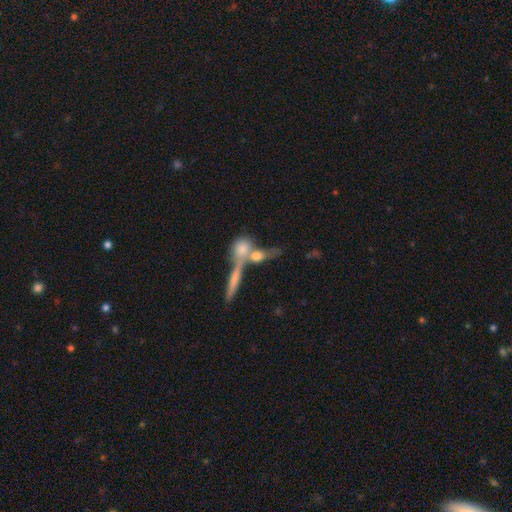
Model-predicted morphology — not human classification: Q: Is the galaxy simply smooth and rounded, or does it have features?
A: featured or disk — 48%.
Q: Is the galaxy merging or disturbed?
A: merger — 49%.